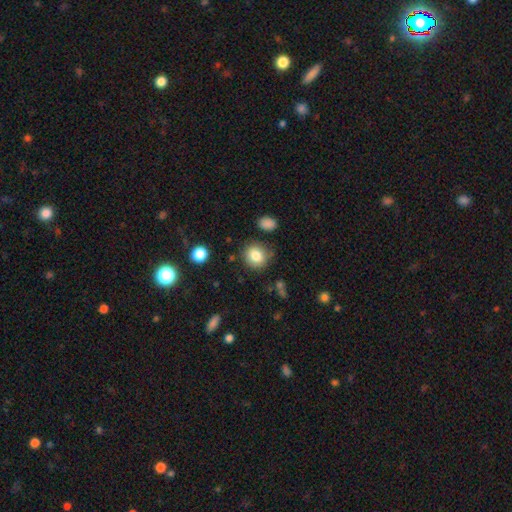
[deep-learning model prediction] A smooth galaxy with no disk features (83%) that is round (81%).

Vote fractions:
- Smooth or featured? smooth: 83% / star or artifact: 10% / featured or disk: 7%
- How rounded? round: 81% / in between: 18% / cigar-shaped: 1%
- Merging? none: 81% / minor disturbance: 12% / merger: 3% / major disturbance: 3%